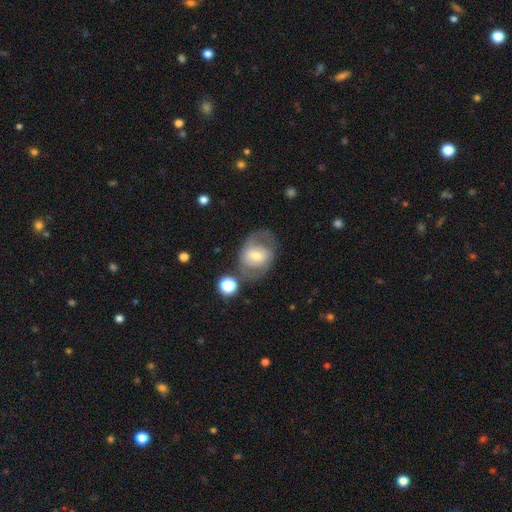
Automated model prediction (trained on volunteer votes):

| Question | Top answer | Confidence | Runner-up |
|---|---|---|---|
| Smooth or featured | featured or disk | 56% | smooth (36%) |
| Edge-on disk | no | 96% | yes (4%) |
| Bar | no | 49% | weak (38%) |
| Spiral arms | yes | 58% | no (42%) |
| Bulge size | moderate | 55% | small (33%) |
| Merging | none | 55% | minor disturbance (20%) |